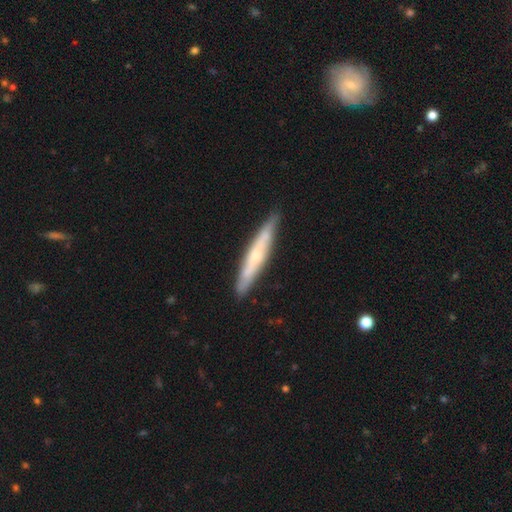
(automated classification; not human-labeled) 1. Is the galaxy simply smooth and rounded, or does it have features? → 51% featured or disk, 43% smooth, 6% star or artifact.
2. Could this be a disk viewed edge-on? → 90% yes, 10% no.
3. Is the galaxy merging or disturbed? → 86% none, 11% minor disturbance, 2% major disturbance, 1% merger.